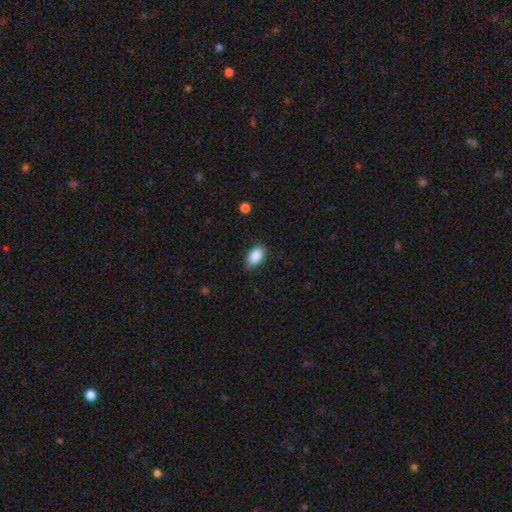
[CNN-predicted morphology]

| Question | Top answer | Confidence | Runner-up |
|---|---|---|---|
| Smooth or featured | smooth | 88% | star or artifact (7%) |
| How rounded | in between | 91% | round (7%) |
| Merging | none | 79% | minor disturbance (17%) |